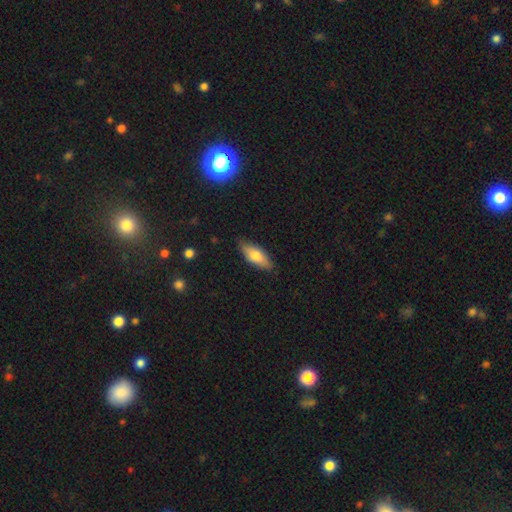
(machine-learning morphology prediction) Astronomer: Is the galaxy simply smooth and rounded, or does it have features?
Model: smooth — 70%.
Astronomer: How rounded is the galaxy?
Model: in between — 74%.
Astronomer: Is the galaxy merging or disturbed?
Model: none — 81%.